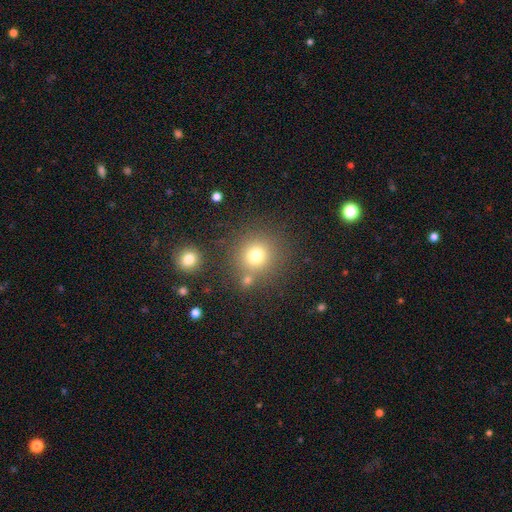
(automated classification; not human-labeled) Smooth or featured? smooth (75%)
How rounded? round (92%)
Merging? none (76%)